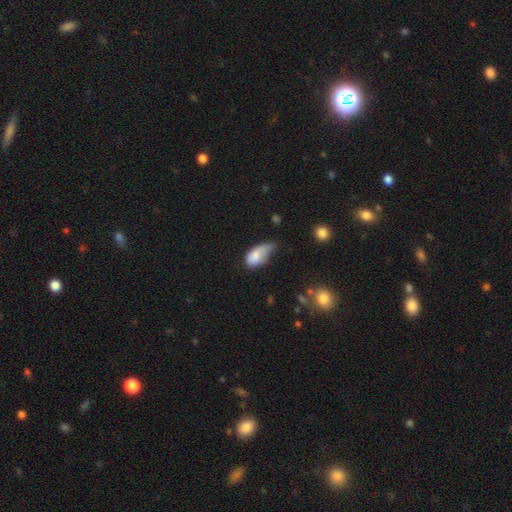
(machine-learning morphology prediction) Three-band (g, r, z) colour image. It shows a smooth galaxy with no disk features (78%) that is in between round and cigar-shaped (90%). Merging: minor disturbance (47%).